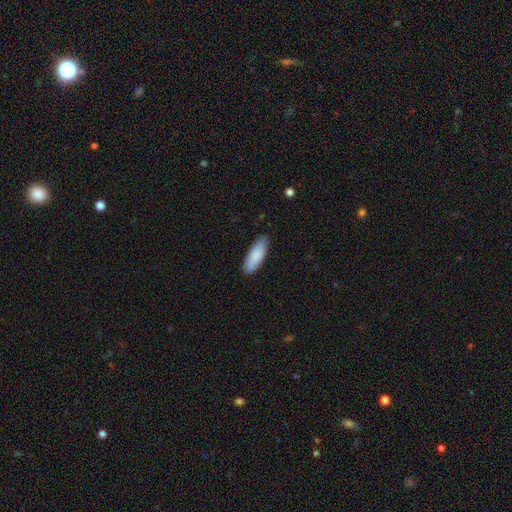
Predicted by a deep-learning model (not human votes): smooth 85%, featured or disk 10%, star or artifact 5%. Down the decision tree: how rounded — in between (64%); merging — none (86%).